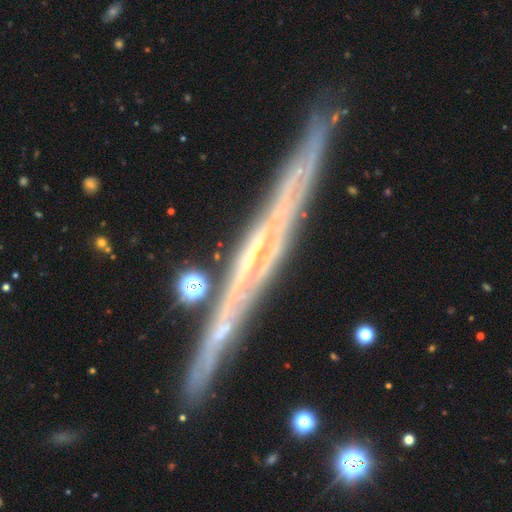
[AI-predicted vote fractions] This is likely a featured or disk galaxy (79%). It is clearly viewed edge-on (97%). Edge-on bulge: likely none (76%). Merging: clearly none (86%).